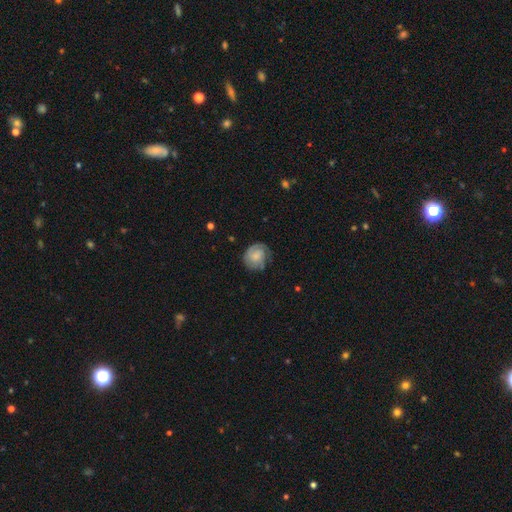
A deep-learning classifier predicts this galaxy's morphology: The model was most divided on "smooth or featured": featured or disk: 49%, smooth: 44%, star or artifact: 7%. More confident: merging — none (66%).